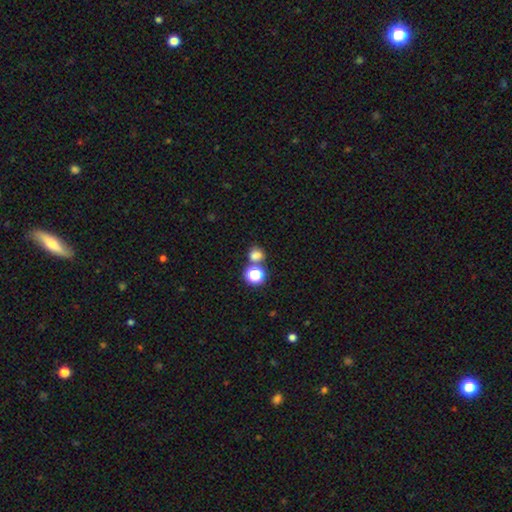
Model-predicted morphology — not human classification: Overall: smooth (72%). How rounded: round (72%). Merging: none (57%; merger 28%).